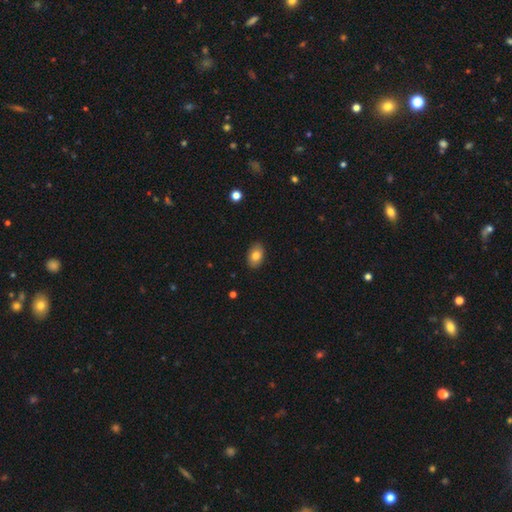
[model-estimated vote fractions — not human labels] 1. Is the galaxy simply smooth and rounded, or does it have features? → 82% smooth, 10% featured or disk, 8% star or artifact.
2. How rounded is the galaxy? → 87% in between, 12% round, 1% cigar-shaped.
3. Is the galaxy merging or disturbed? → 88% none, 9% minor disturbance, 2% major disturbance, 1% merger.